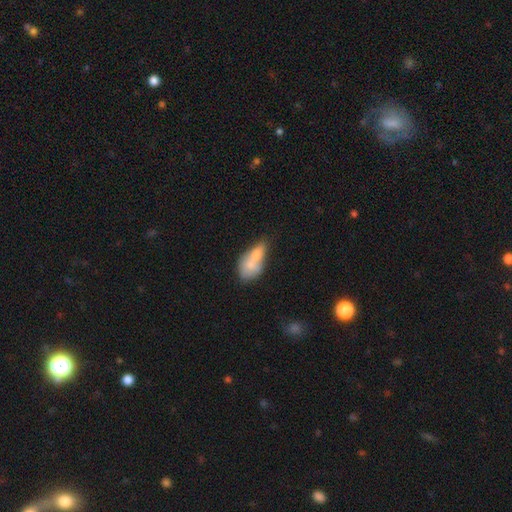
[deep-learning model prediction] smooth_or_featured: smooth (p=0.65) [alt: featured or disk p=0.27]
how_rounded: in between (p=0.76) [alt: round p=0.17]
merging: merger (p=0.62) [alt: none p=0.20]